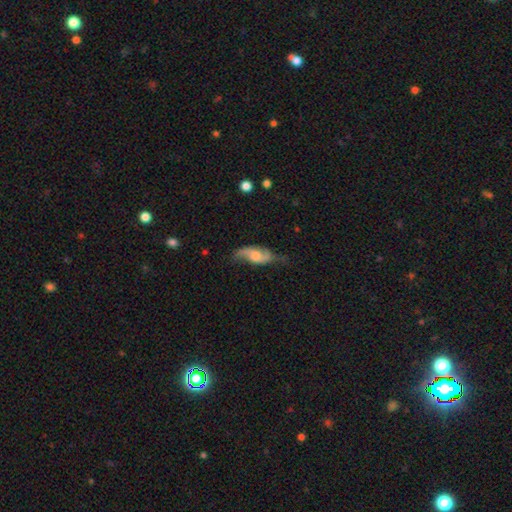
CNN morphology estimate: type=featured or disk (61%); edge-on=no (86%); bar=no (60%); spiral arms=yes (89%); bulge=moderate (44%); merging=none (53%).